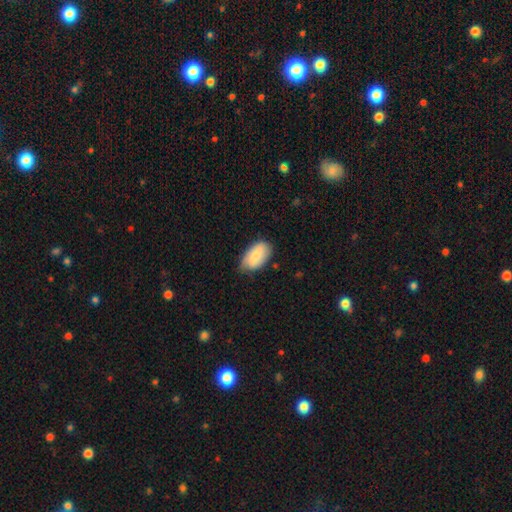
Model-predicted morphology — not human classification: A smooth galaxy with no disk features (74%) that is in between round and cigar-shaped (94%). Merging: none (68%).